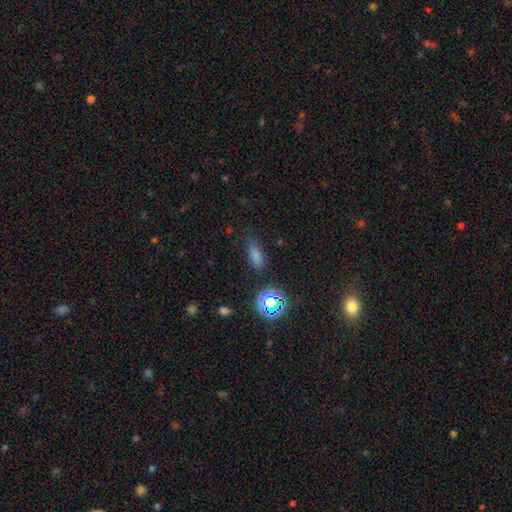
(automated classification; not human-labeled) Smooth or featured? Predicted: smooth (p=0.72). How rounded? Predicted: in between (p=0.70). Merging? Predicted: none (p=0.74).